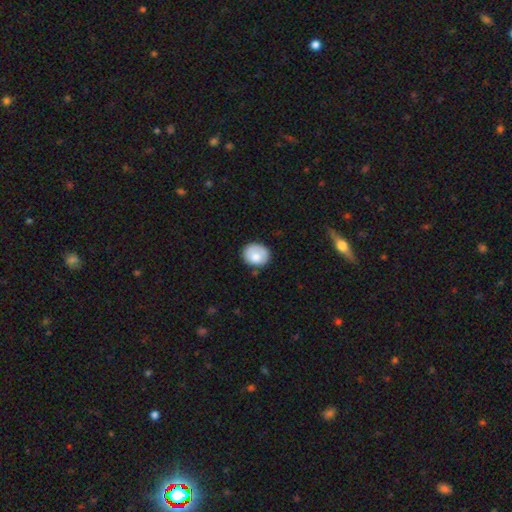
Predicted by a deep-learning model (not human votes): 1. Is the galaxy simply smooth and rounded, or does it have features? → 77% smooth, 16% featured or disk, 7% star or artifact.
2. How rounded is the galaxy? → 65% round, 34% in between, 1% cigar-shaped.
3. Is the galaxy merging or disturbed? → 75% none, 19% minor disturbance, 4% major disturbance, 2% merger.